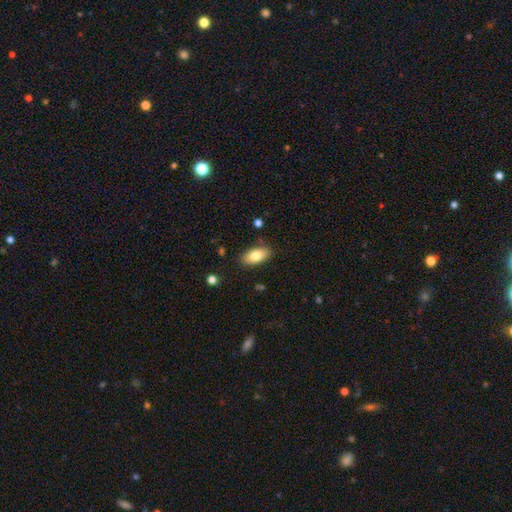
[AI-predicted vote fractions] This appears to be a smooth galaxy with no disk features (81%) that is in between round and cigar-shaped (91%). Merging: none (84%).